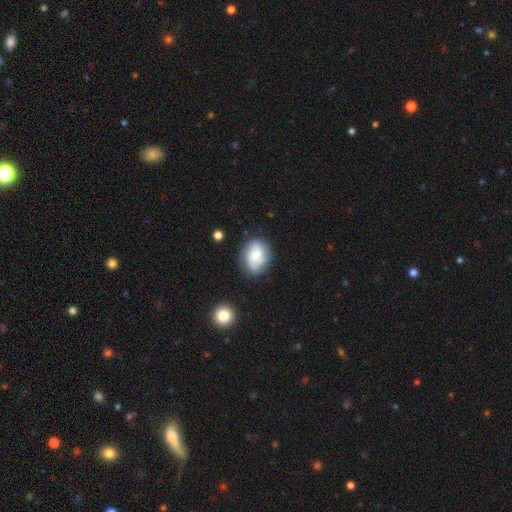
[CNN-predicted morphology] Smooth or featured?
  - smooth: 50% *
  - featured or disk: 42%
  - star or artifact: 8%
How rounded?
  - round: 51% *
  - in between: 48%
  - cigar-shaped: 1%
Merging?
  - none: 72% *
  - minor disturbance: 19%
  - major disturbance: 6%
  - merger: 3%